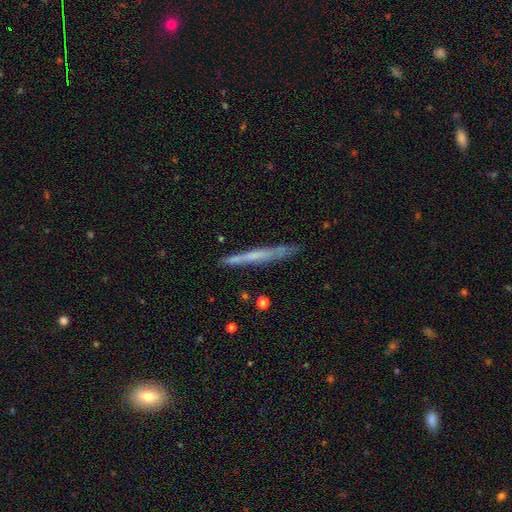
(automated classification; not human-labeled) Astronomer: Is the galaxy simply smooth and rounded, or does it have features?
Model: smooth — 47% (runner-up: featured or disk, 46%).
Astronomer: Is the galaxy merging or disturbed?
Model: none — 83%.